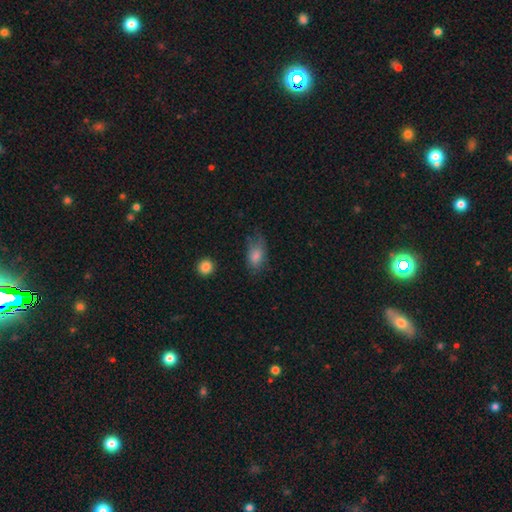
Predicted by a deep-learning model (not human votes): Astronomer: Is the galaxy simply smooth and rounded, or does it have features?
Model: smooth — 77%.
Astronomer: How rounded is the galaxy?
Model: in between — 87%.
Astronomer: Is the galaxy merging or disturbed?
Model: none — 58%.